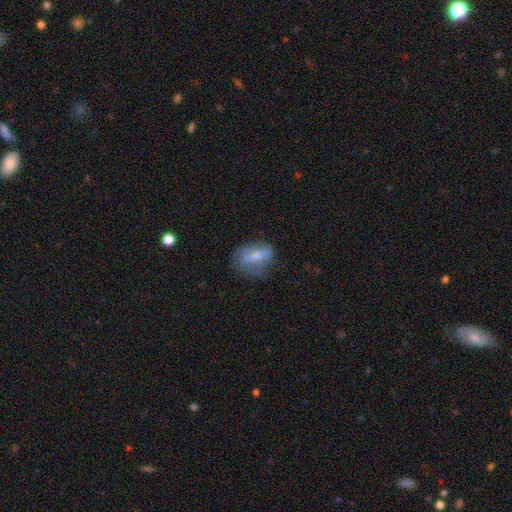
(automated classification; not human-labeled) smooth_or_featured: smooth (p=0.59) [alt: featured or disk p=0.32]
how_rounded: in between (p=0.80) [alt: round p=0.13]
merging: none (p=0.56) [alt: minor disturbance p=0.28]